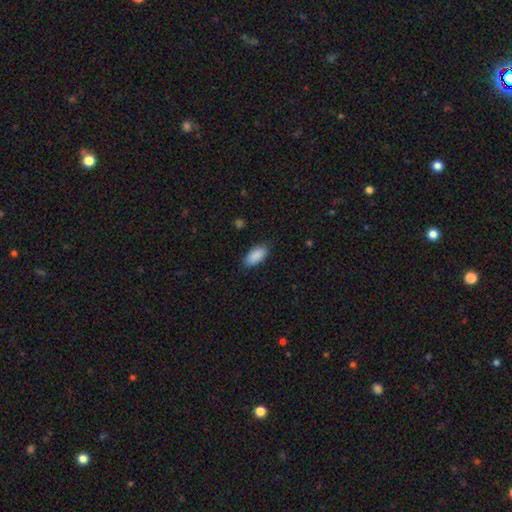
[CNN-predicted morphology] This is clearly a smooth galaxy (91%). How rounded: clearly in between (92%). Merging: clearly none (85%).